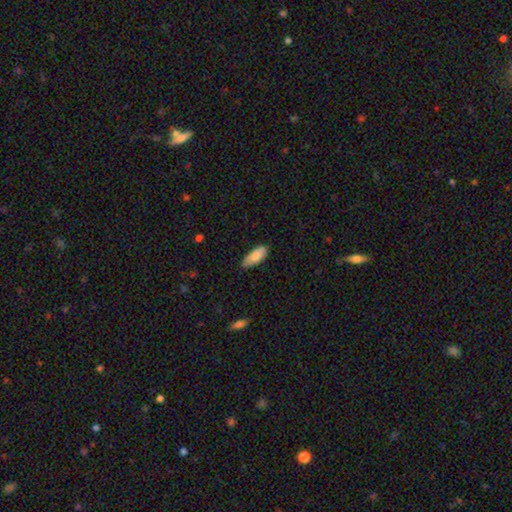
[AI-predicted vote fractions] smooth_or_featured: smooth (p=0.88) [alt: featured or disk p=0.06]
how_rounded: in between (p=0.83) [alt: cigar-shaped p=0.15]
merging: none (p=0.75) [alt: minor disturbance p=0.21]